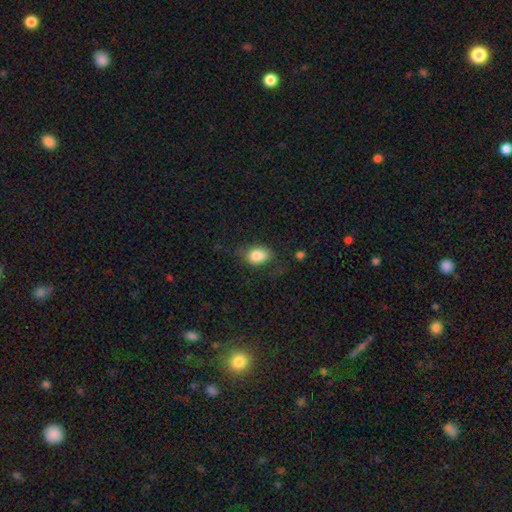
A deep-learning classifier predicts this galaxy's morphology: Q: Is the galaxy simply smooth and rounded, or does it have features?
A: smooth — 81%.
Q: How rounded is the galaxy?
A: in between — 72%.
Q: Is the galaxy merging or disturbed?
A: none — 53%.